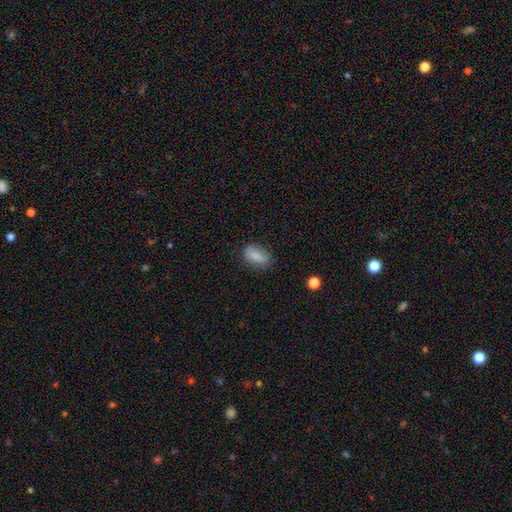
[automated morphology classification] Smooth or featured? smooth (81%)
How rounded? in between (87%)
Merging? none (73%)